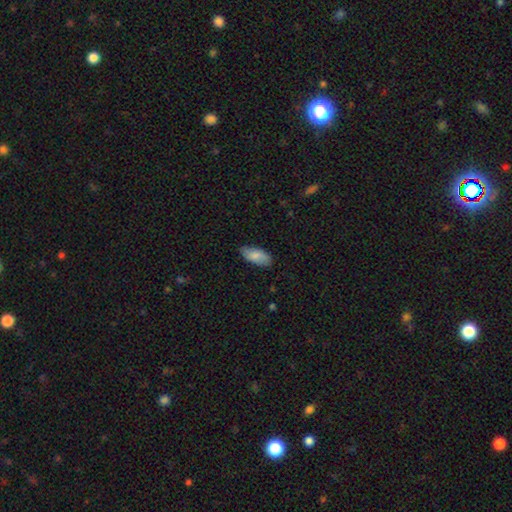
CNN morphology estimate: type=smooth (80%); roundness=in between (90%); merging=none (80%).